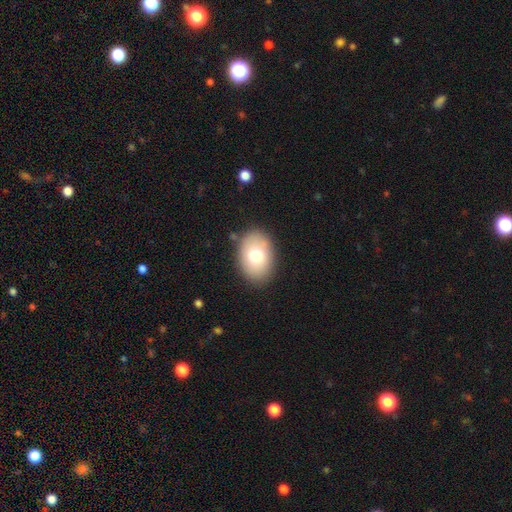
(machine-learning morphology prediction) This appears to be a smooth galaxy with no disk features (74%) that is in between round and cigar-shaped (81%). Merging: none (85%).